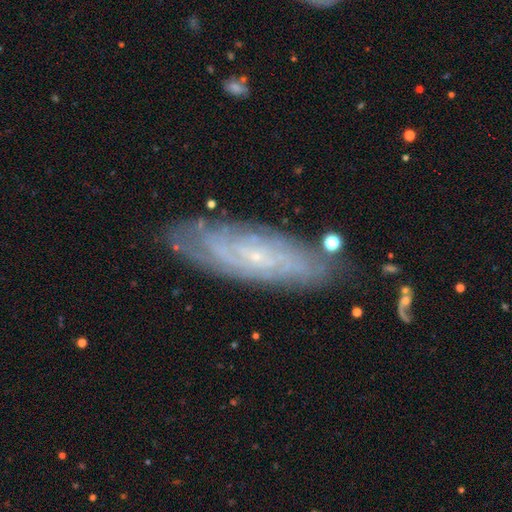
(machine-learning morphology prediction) featured or disk 76%, smooth 17%, star or artifact 7%. Down the decision tree: edge-on disk — no (80%); bar — no (67%); spiral arms — yes (90%); spiral arm count — can't tell (55%); spiral winding — tight (68%); bulge size — small (86%); merging — none (80%).